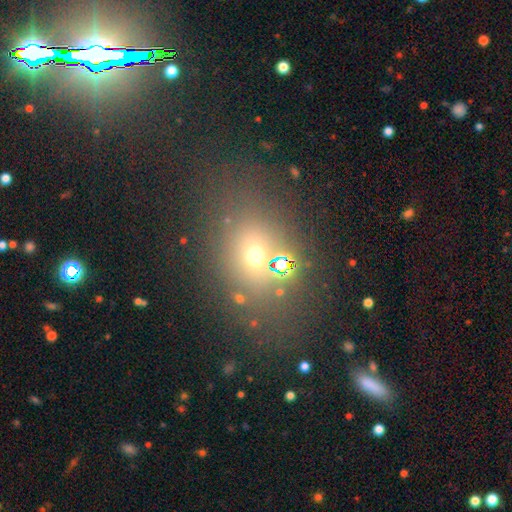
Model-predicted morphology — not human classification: smooth-or-featured: smooth: 57% | star or artifact: 30% | featured or disk: 13%
  how-rounded: round: 53% | in between: 44% | cigar-shaped: 2%
  merging: none: 71% | minor disturbance: 13% | merger: 8% | major disturbance: 8%